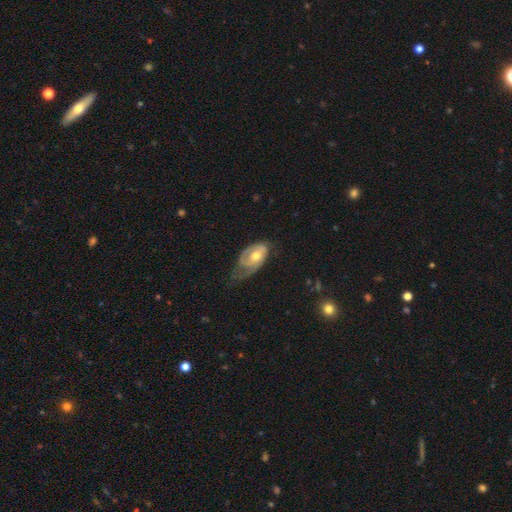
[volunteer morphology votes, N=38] This appears to be a featured or disk galaxy (66%) with no bar (73%), 2 (44%) tight (56%) spiral arms (73%) and a moderate central bulge (50%). Merging: major disturbance (47%).